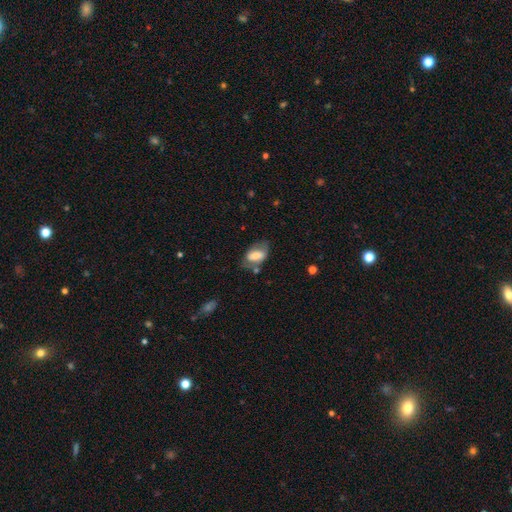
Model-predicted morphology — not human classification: This appears to be a smooth galaxy with no disk features (57%) that is in between round and cigar-shaped (89%). Merging: none (52%).